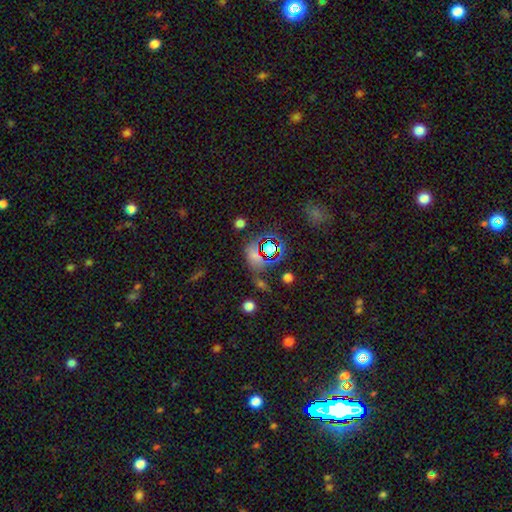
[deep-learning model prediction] The model was most divided on "smooth or featured": star or artifact: 64%, smooth: 25%, featured or disk: 11%.